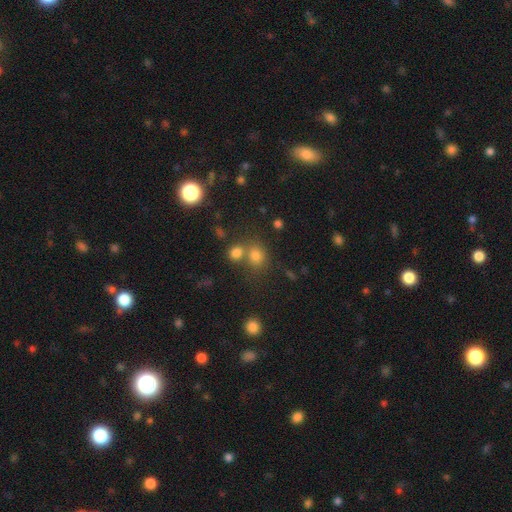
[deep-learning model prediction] Overall: smooth (76%). How rounded: round (66%; in between 33%). Merging: none (54%; merger 32%).